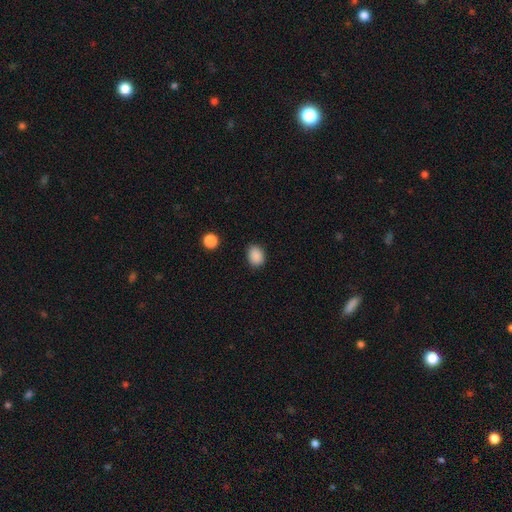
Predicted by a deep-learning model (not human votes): Smooth or featured? Predicted: smooth (p=0.88). How rounded? Predicted: in between (p=0.62). Merging? Predicted: none (p=0.83).